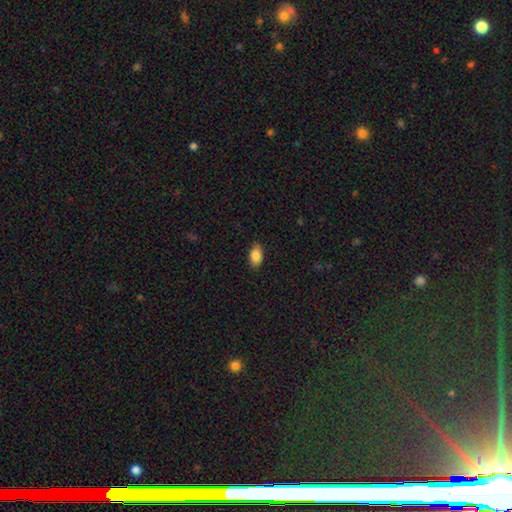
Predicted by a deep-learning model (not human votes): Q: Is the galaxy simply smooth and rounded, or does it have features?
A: smooth — 86%.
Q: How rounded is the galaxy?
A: in between — 91%.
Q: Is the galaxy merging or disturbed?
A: none — 87%.